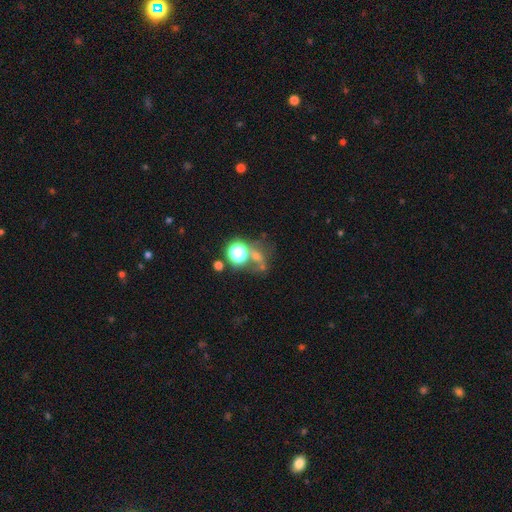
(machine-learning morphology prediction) smooth_or_featured: star or artifact (p=0.43) [alt: smooth p=0.37]